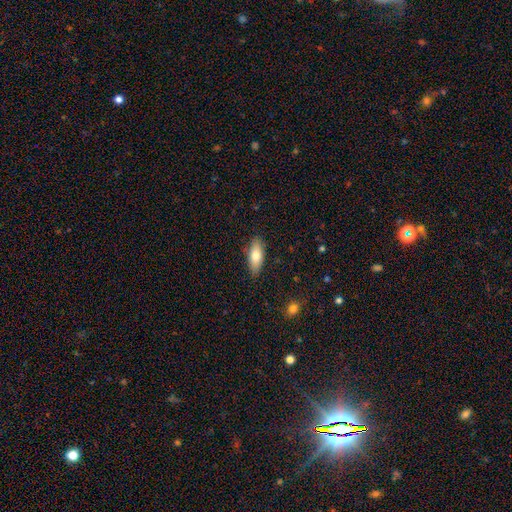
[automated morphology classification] Smooth or featured? smooth (76%)
How rounded? in between (75%)
Merging? none (86%)